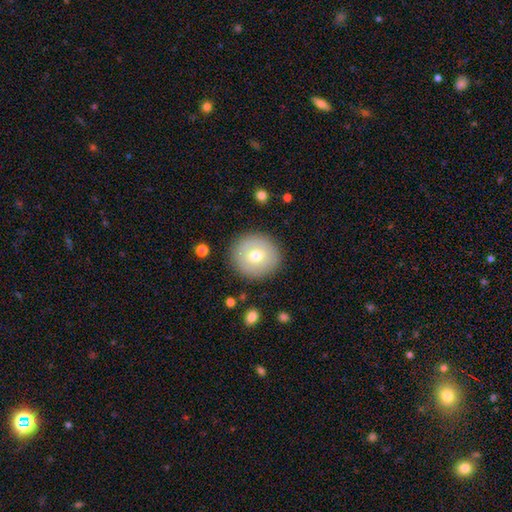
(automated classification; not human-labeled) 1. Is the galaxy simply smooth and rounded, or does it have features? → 66% smooth, 26% featured or disk, 8% star or artifact.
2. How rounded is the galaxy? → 92% round, 7% in between, 1% cigar-shaped.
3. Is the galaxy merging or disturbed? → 87% none, 8% minor disturbance, 3% major disturbance, 1% merger.